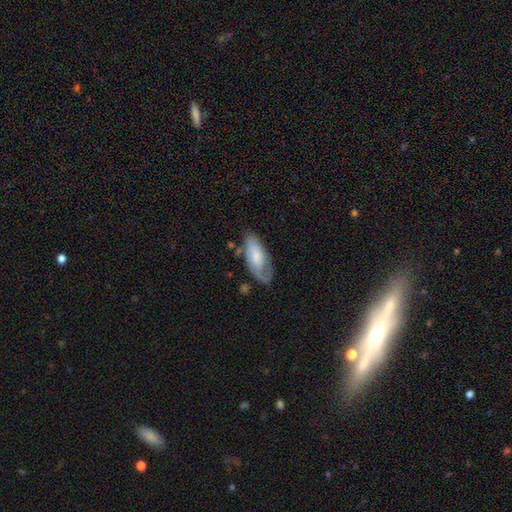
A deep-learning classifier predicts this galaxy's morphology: Smooth or featured: smooth — 52% (featured or disk — 42%)
How rounded: in between — 86% (cigar-shaped — 11%)
Merging: none — 55% (minor disturbance — 27%)